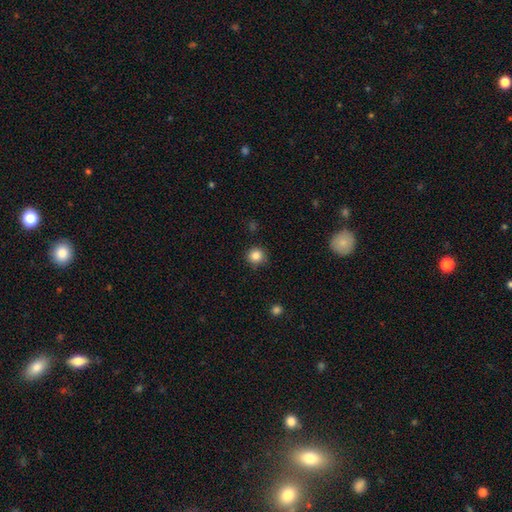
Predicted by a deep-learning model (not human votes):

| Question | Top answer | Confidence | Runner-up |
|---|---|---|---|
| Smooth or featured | smooth | 85% | star or artifact (11%) |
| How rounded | round | 93% | in between (6%) |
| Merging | none | 88% | minor disturbance (9%) |